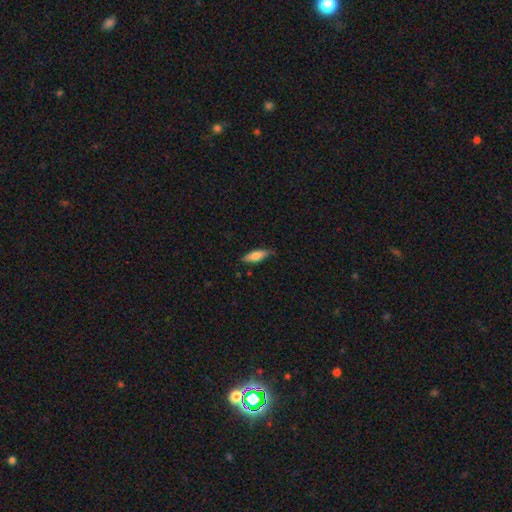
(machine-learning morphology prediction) The model was most divided on "how rounded": in between: 54%, cigar-shaped: 44%, round: 2%. More confident: merging — none (78%); smooth or featured — smooth (75%).